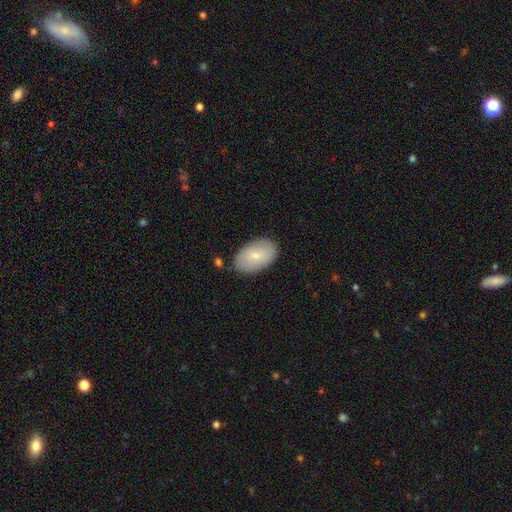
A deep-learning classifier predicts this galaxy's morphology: smooth-or-featured: smooth: 73% | featured or disk: 21% | star or artifact: 6%
  how-rounded: in between: 94% | round: 5% | cigar-shaped: 1%
  merging: none: 84% | minor disturbance: 12% | major disturbance: 3% | merger: 2%